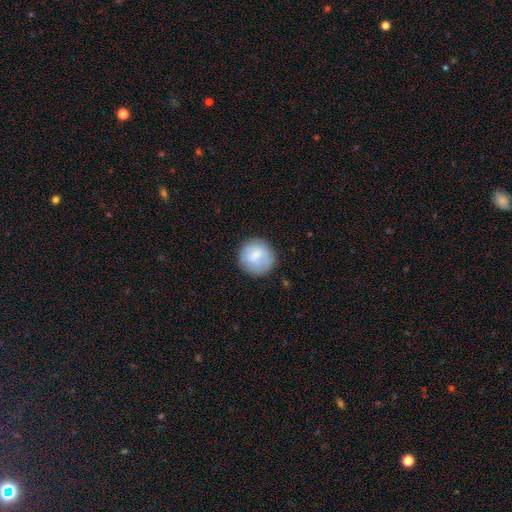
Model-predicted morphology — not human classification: Smooth or featured? Predicted: smooth (p=0.76). How rounded? Predicted: round (p=0.92). Merging? Predicted: none (p=0.81).